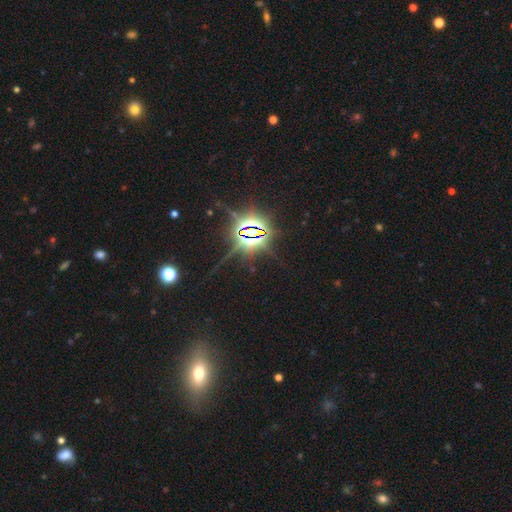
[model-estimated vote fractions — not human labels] The model was most divided on "smooth or featured": star or artifact: 72%, smooth: 18%, featured or disk: 10%.